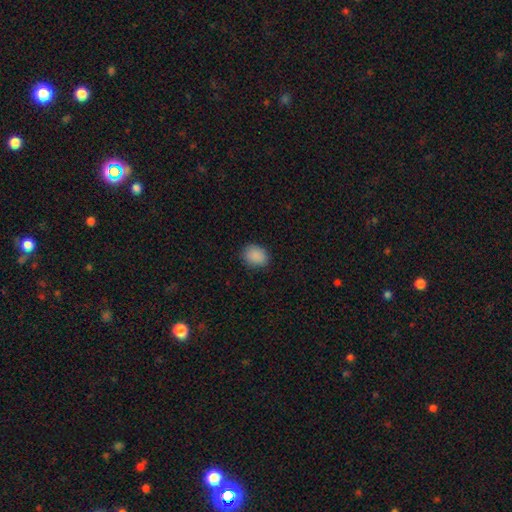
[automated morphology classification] Overall: smooth (88%). How rounded: round (52%; in between 47%). Merging: none (86%).